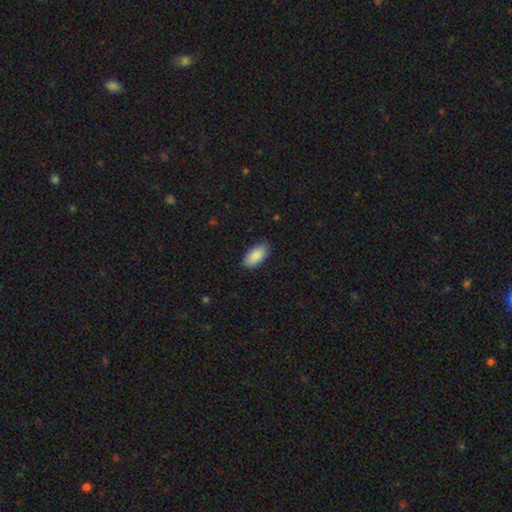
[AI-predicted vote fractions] This is clearly a smooth galaxy (88%). How rounded: clearly in between (93%). Merging: clearly none (87%).